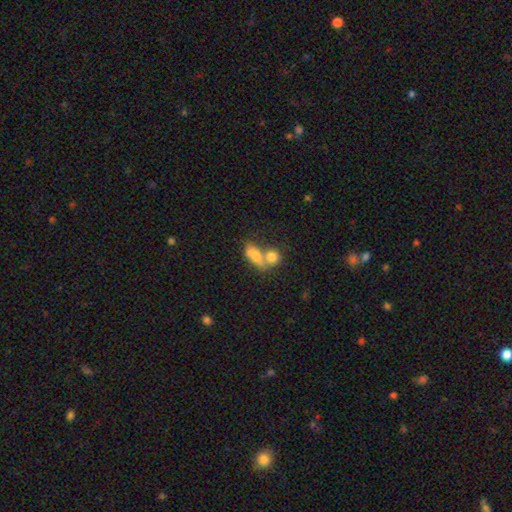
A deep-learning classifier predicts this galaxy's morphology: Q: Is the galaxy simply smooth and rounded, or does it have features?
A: smooth — 71%.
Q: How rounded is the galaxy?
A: in between — 69%.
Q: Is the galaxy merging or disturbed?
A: merger — 59%.